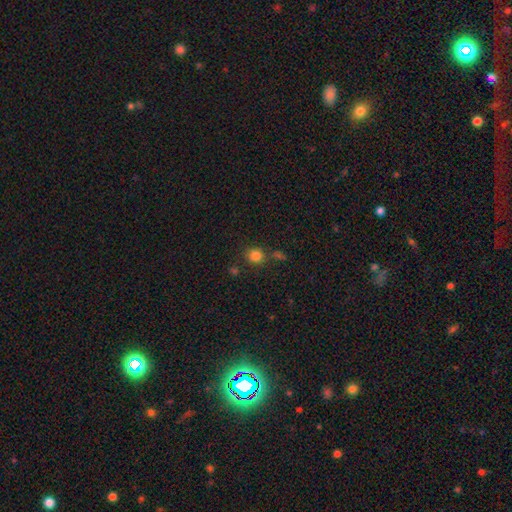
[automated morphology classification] smooth_or_featured: smooth (p=0.82) [alt: star or artifact p=0.13]
how_rounded: round (p=0.83) [alt: in between p=0.16]
merging: none (p=0.76) [alt: minor disturbance p=0.10]